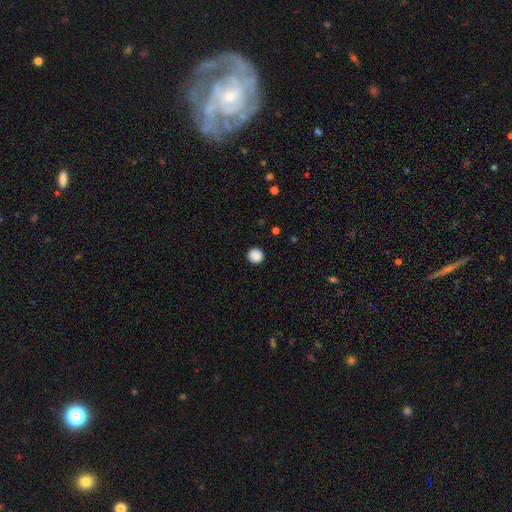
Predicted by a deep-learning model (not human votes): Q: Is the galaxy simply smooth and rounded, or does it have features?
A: smooth — 88%.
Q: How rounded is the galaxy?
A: round — 94%.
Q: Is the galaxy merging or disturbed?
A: none — 92%.